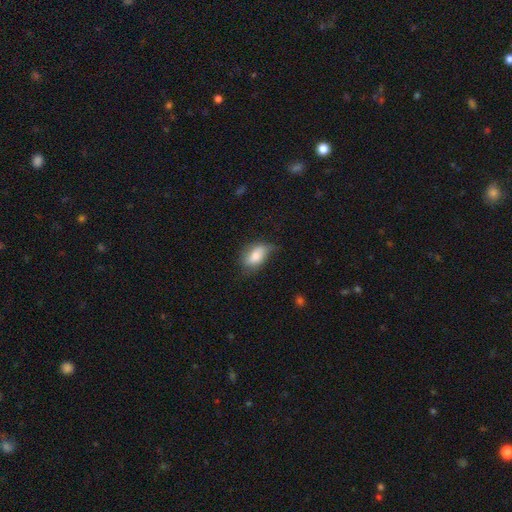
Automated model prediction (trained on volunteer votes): A smooth galaxy with no disk features (73%) that is in between round and cigar-shaped (90%).

Vote fractions:
- Smooth or featured? smooth: 73% / featured or disk: 20% / star or artifact: 7%
- How rounded? in between: 90% / round: 7% / cigar-shaped: 4%
- Merging? none: 47% / minor disturbance: 38% / major disturbance: 13% / merger: 2%